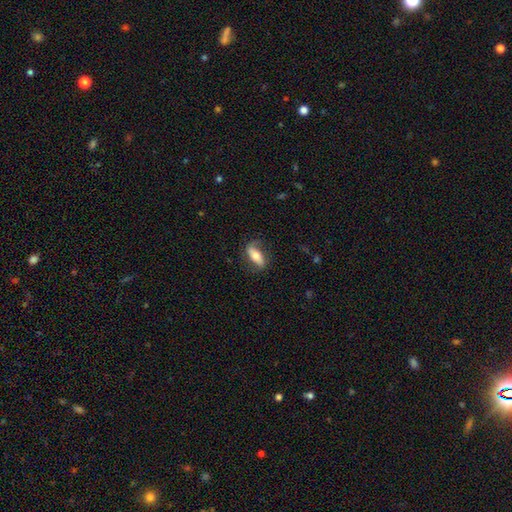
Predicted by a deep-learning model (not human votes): Smooth or featured? featured or disk (48%)
Merging? none (70%)